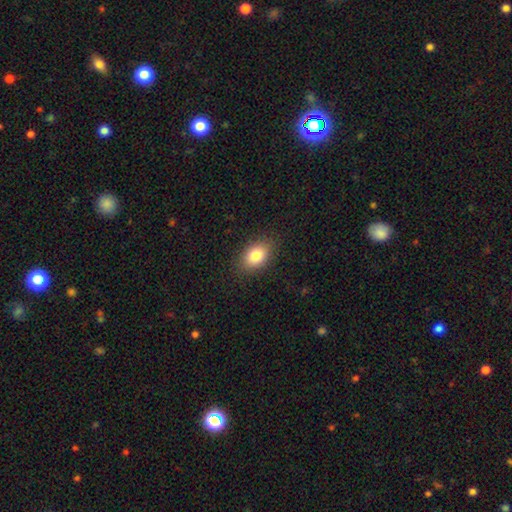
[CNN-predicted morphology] A smooth galaxy with no disk features (83%) that is in between round and cigar-shaped (84%).

Vote fractions:
- Smooth or featured? smooth: 83% / featured or disk: 9% / star or artifact: 8%
- How rounded? in between: 84% / round: 14% / cigar-shaped: 1%
- Merging? none: 87% / minor disturbance: 10% / major disturbance: 3% / merger: 1%